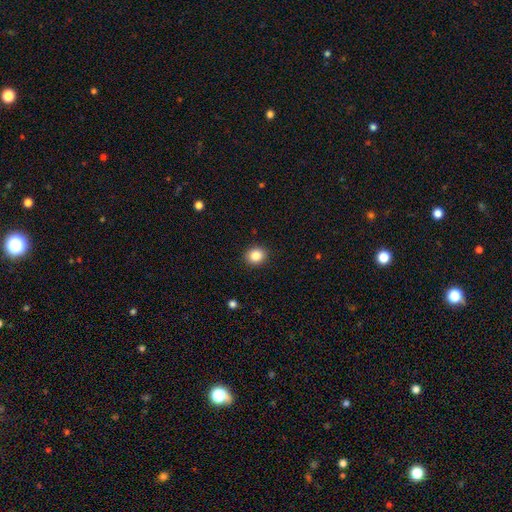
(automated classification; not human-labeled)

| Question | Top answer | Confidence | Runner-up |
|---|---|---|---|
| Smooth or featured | smooth | 86% | star or artifact (10%) |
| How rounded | round | 73% | in between (26%) |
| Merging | none | 91% | minor disturbance (6%) |